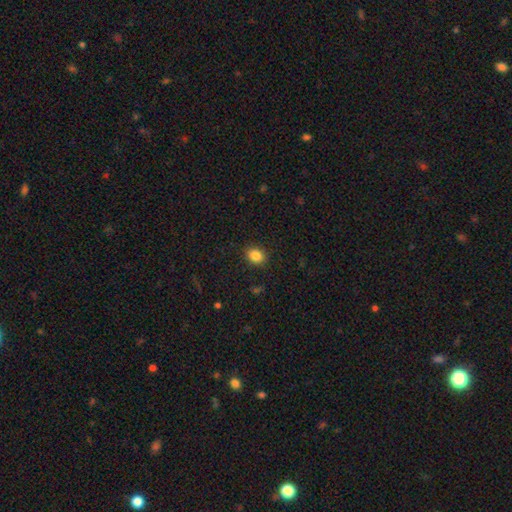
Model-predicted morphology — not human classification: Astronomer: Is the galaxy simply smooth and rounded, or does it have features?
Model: smooth — 85%.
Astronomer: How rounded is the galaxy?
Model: in between — 57% (runner-up: round, 42%).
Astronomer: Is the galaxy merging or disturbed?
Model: none — 89%.